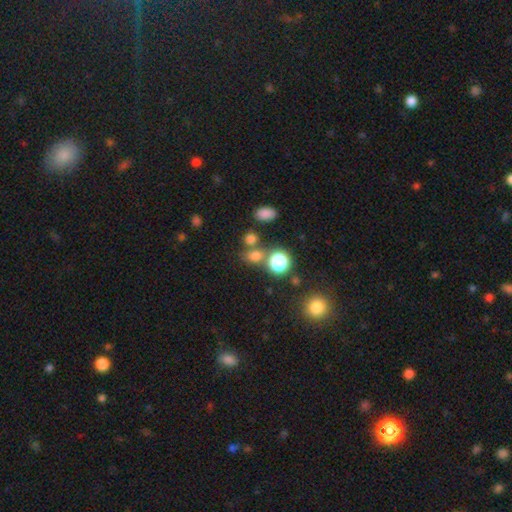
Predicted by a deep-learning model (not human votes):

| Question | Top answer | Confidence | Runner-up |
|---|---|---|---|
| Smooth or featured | smooth | 71% | star or artifact (22%) |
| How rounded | round | 62% | in between (36%) |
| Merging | none | 61% | merger (23%) |